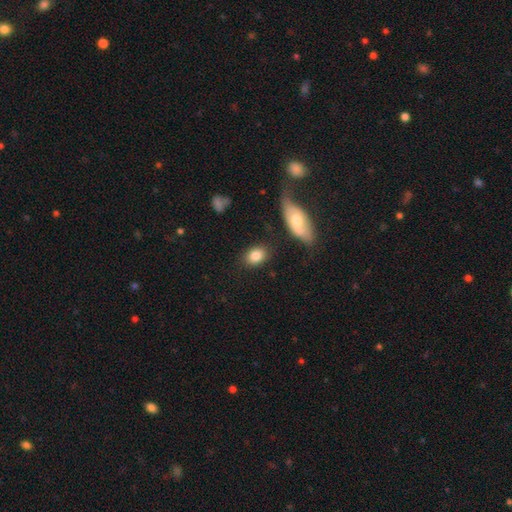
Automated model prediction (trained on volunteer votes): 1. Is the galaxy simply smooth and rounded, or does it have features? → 84% smooth, 9% featured or disk, 7% star or artifact.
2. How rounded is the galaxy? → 71% in between, 27% round, 2% cigar-shaped.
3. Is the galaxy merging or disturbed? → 81% none, 12% minor disturbance, 5% merger, 3% major disturbance.